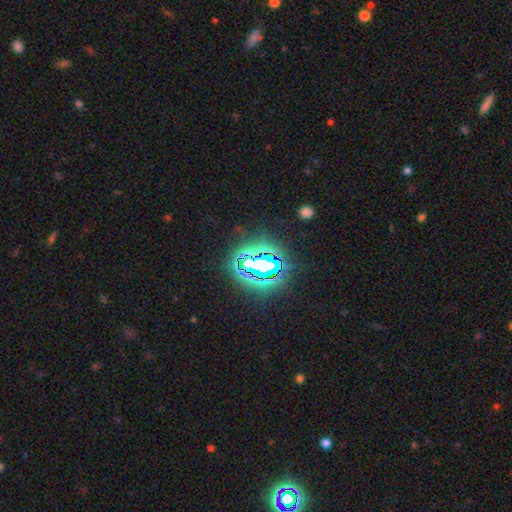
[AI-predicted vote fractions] Smooth or featured? star or artifact (79%)